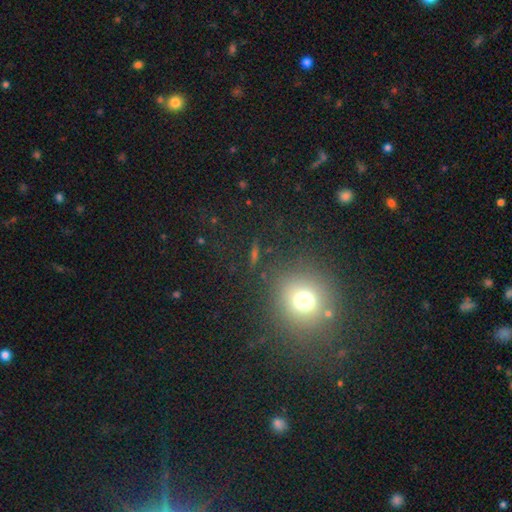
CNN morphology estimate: smooth_or_featured: smooth (p=0.52) [alt: star or artifact p=0.38]
how_rounded: round (p=0.83) [alt: in between p=0.14]
merging: none (p=0.82) [alt: minor disturbance p=0.09]